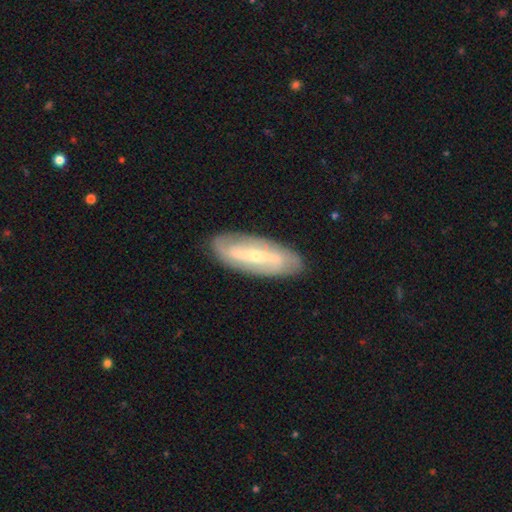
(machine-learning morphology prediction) smooth-or-featured: featured or disk: 77% | smooth: 18% | star or artifact: 5%
  disk-edge-on: no: 86% | yes: 14%
    bar: strong: 51% | weak: 30% | no: 19%
    has-spiral-arms: yes: 83% | no: 17%
      spiral-winding: medium: 35% | tight: 33% | loose: 32%
      spiral-arm-count: 2: 74% | can't tell: 17% | 3: 3% | 1: 2% | 4: 2% | more than 4: 2%
    bulge-size: small: 65% | moderate: 32% | large: 1% | none: 1% | dominant: 1%
  merging: none: 86% | minor disturbance: 10% | major disturbance: 3% | merger: 1%